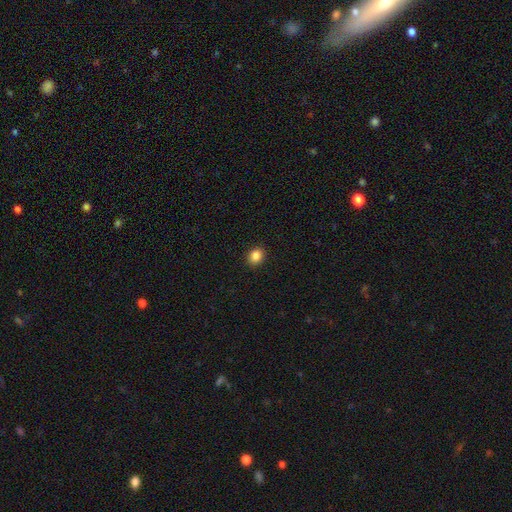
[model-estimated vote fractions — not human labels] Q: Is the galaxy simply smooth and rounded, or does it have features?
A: smooth — 87%.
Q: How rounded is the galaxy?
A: round — 60%.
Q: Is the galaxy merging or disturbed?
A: none — 91%.